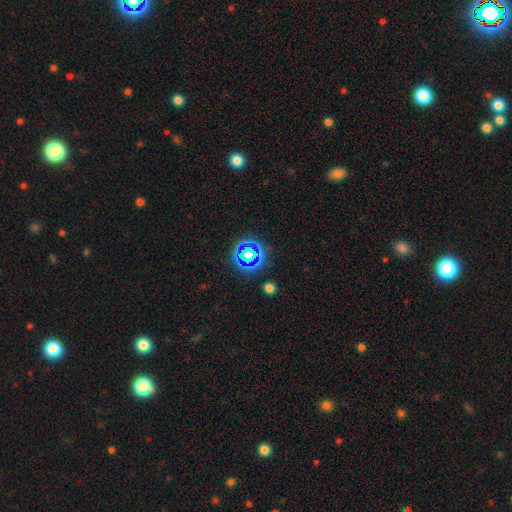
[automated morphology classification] smooth_or_featured: star or artifact (p=0.60) [alt: smooth p=0.32]